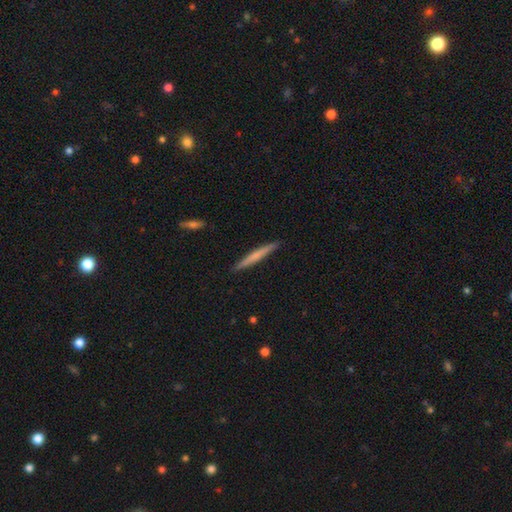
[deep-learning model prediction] This is possibly a smooth galaxy (59%). How rounded: clearly cigar-shaped (96%). Merging: clearly none (91%).